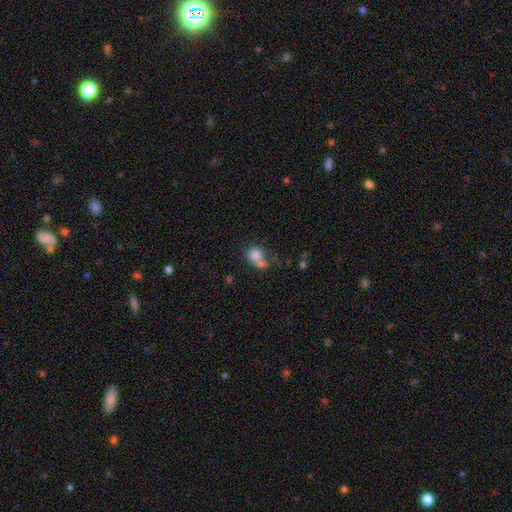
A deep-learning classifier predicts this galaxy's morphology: This appears to be a smooth galaxy with no disk features (77%) that is round (58%). Merging: merger (39%).